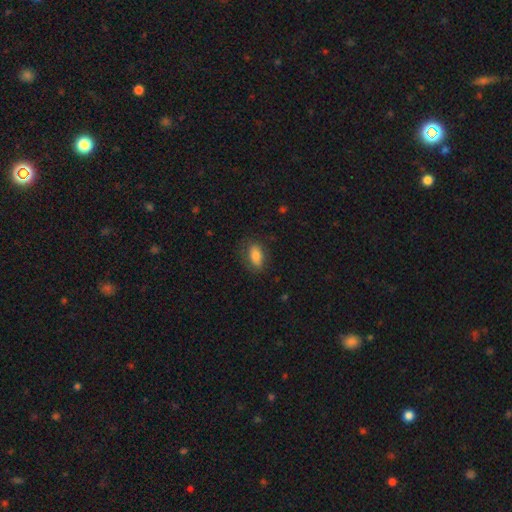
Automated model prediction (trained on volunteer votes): smooth_or_featured: smooth (p=0.79) [alt: featured or disk p=0.13]
how_rounded: in between (p=0.88) [alt: round p=0.07]
merging: none (p=0.77) [alt: minor disturbance p=0.16]